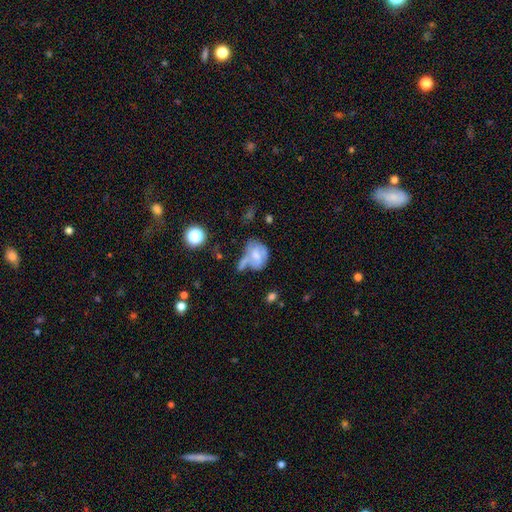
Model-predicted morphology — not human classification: This is possibly a smooth galaxy (47%). Merging: marginally major disturbance (29%).